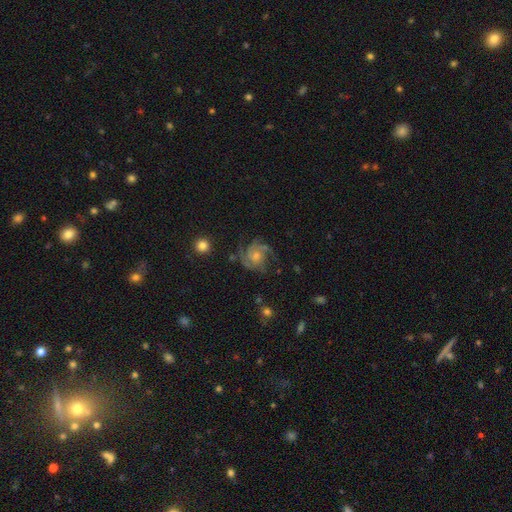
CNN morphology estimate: Smooth or featured? Predicted: featured or disk (p=0.82). Edge-on disk? Predicted: no (p=0.98). Bar? Predicted: no (p=0.76). Spiral arms? Predicted: yes (p=0.97). Spiral winding? Predicted: tight (p=0.48). Spiral arm count? Predicted: 3 (p=0.45). Bulge size? Predicted: moderate (p=0.48). Merging? Predicted: none (p=0.72).